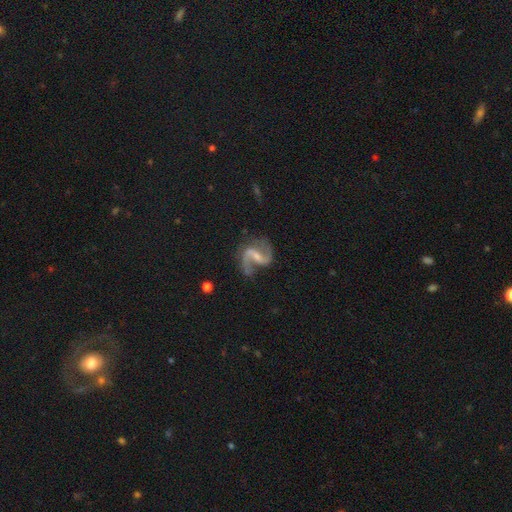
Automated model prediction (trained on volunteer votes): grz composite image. It shows a featured or disk galaxy (91%) with a weak bar (48%), 2 (91%) loose (53%) spiral arms (97%) and a small central bulge (55%). Merging: none (68%).